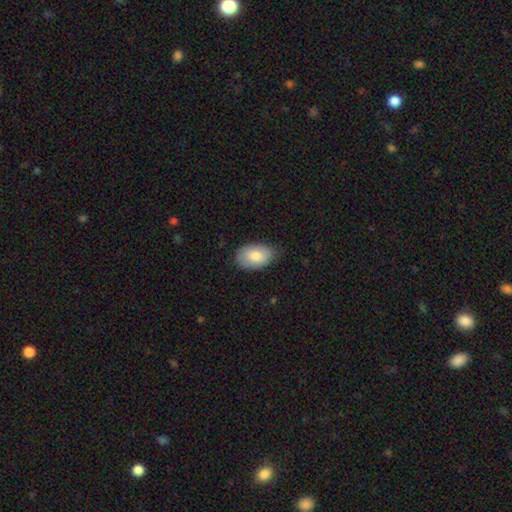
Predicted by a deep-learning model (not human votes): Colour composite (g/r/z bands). It shows a smooth galaxy with no disk features (81%) that is in between round and cigar-shaped (91%). Merging: none (77%).